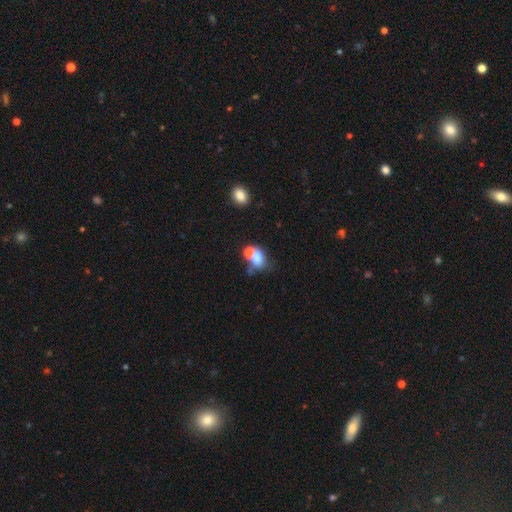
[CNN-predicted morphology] smooth 67%, featured or disk 19%, star or artifact 14%. Down the decision tree: how rounded — in between (62%); merging — merger (53%).